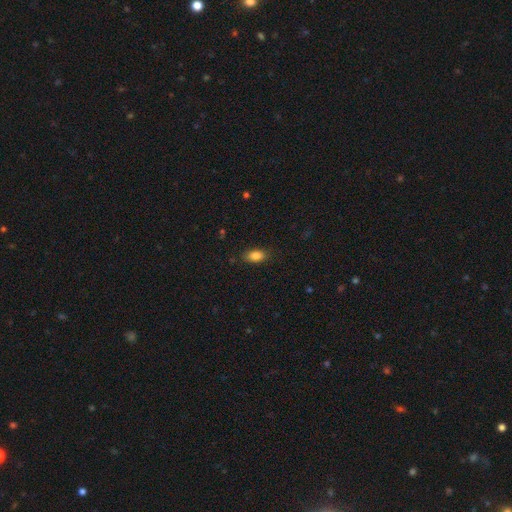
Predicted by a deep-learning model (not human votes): This appears to be a smooth galaxy with no disk features (86%) that is in between round and cigar-shaped (88%). Merging: none (85%).